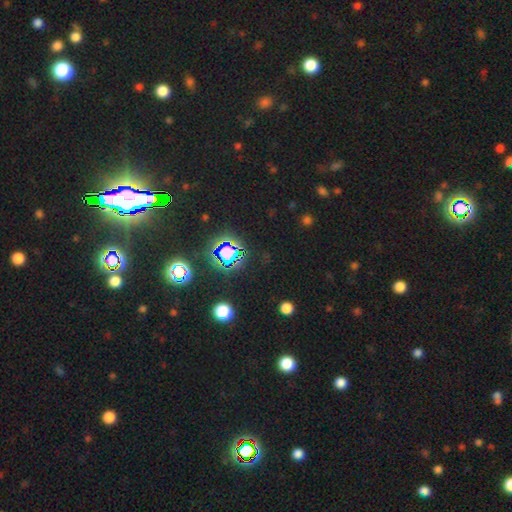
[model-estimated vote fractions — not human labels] smooth-or-featured: star or artifact: 80% | smooth: 13% | featured or disk: 7%